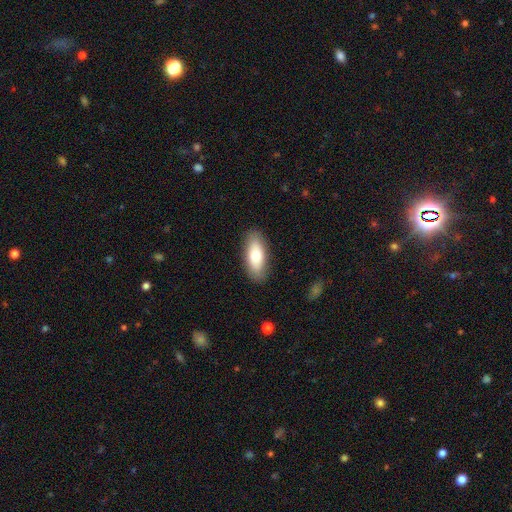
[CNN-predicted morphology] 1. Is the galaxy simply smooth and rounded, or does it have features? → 74% smooth, 20% featured or disk, 6% star or artifact.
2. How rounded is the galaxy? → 79% in between, 19% cigar-shaped, 2% round.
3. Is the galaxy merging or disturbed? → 87% none, 9% minor disturbance, 2% major disturbance, 1% merger.